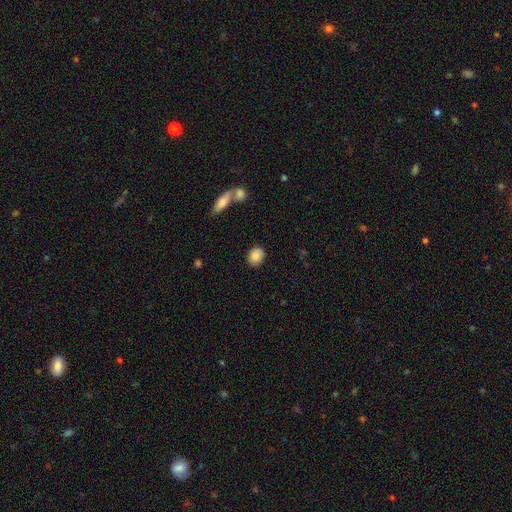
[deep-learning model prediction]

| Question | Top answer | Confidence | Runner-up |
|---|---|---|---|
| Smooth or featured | smooth | 85% | star or artifact (8%) |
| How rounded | in between | 54% | round (44%) |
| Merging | none | 86% | minor disturbance (9%) |